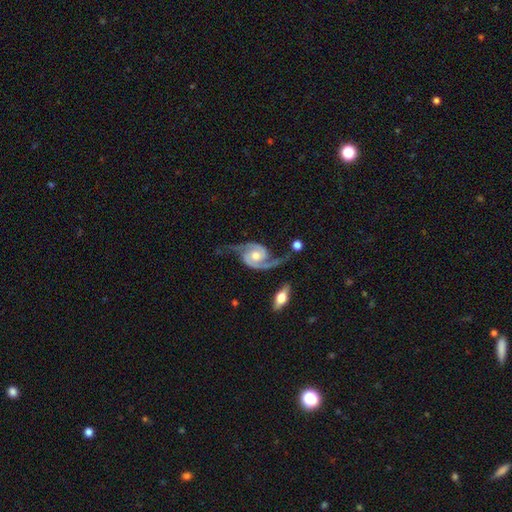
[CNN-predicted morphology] Smooth or featured? featured or disk (93%)
Edge-on disk? no (97%)
Bar? no (66%)
Spiral arms? yes (98%)
Spiral winding? medium (50%)
Spiral arm count? 2 (94%)
Bulge size? moderate (67%)
Merging? none (66%)